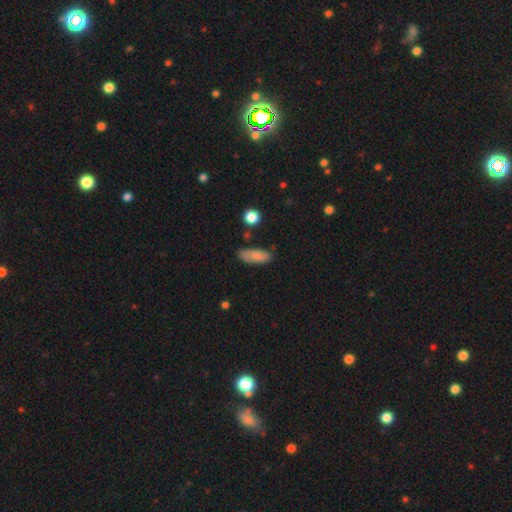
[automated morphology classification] smooth-or-featured: smooth: 84% | featured or disk: 9% | star or artifact: 7%
  how-rounded: in between: 70% | cigar-shaped: 27% | round: 3%
  merging: none: 71% | minor disturbance: 21% | major disturbance: 4% | merger: 4%